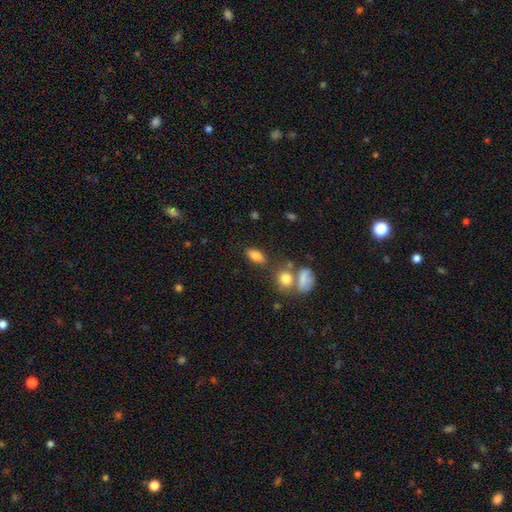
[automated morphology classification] smooth_or_featured: smooth (p=0.79) [alt: featured or disk p=0.11]
how_rounded: in between (p=0.81) [alt: round p=0.10]
merging: none (p=0.69) [alt: minor disturbance p=0.14]